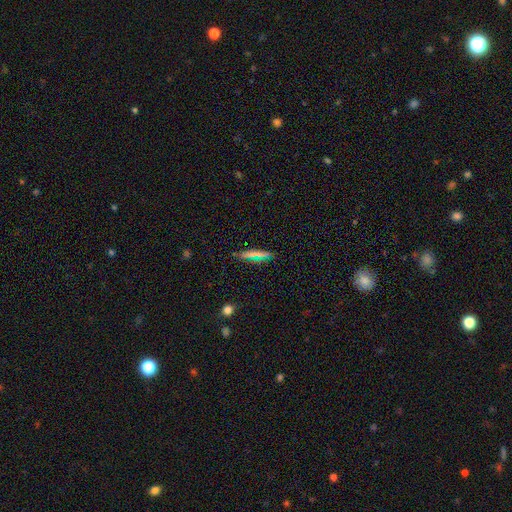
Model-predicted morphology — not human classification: Overall: smooth (66%). How rounded: cigar-shaped (80%). Merging: none (86%).